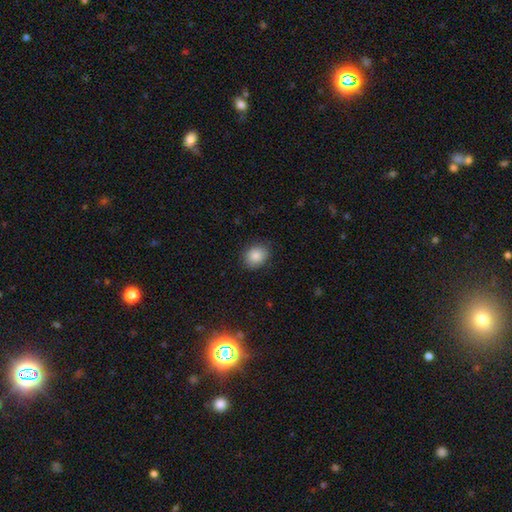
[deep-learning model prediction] smooth 86%, star or artifact 9%, featured or disk 5%. Down the decision tree: how rounded — round (57%); merging — none (85%).